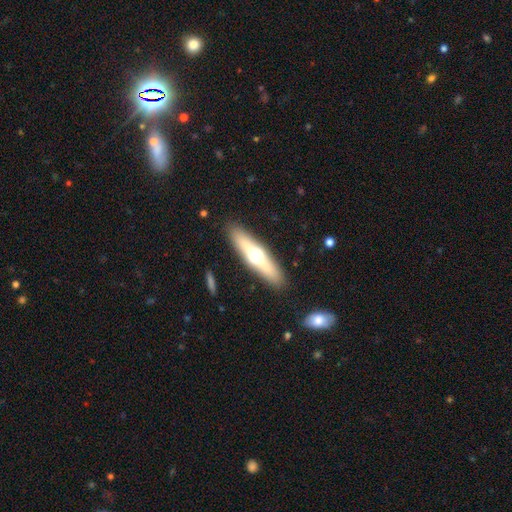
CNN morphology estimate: Smooth or featured?
  - smooth: 47% *
  - featured or disk: 46%
  - star or artifact: 7%
Merging?
  - none: 88% *
  - minor disturbance: 8%
  - major disturbance: 3%
  - merger: 1%